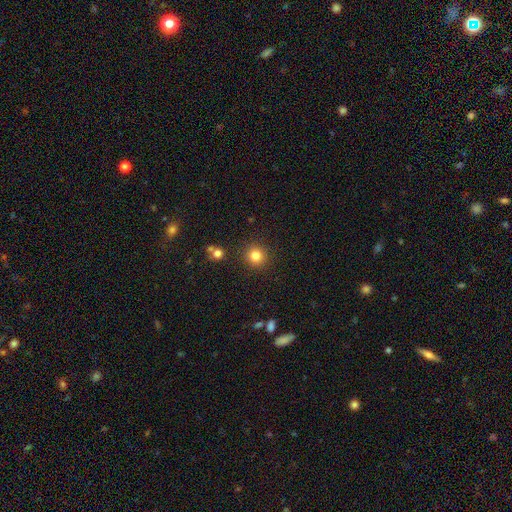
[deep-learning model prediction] Morphology: type=smooth (81%); roundness=round (93%); merging=none (90%).